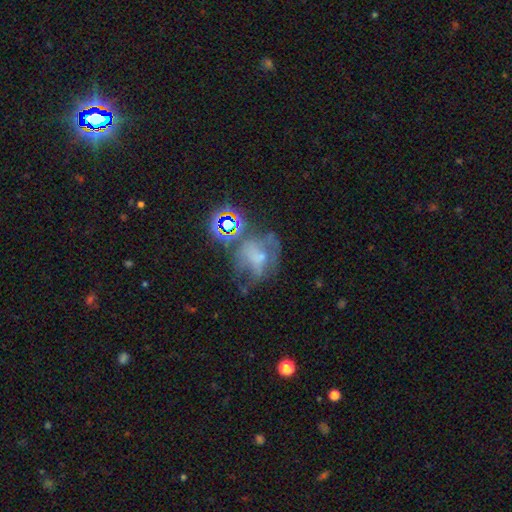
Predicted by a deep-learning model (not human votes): This appears to be a featured or disk galaxy (41%). Merging: none (34%).